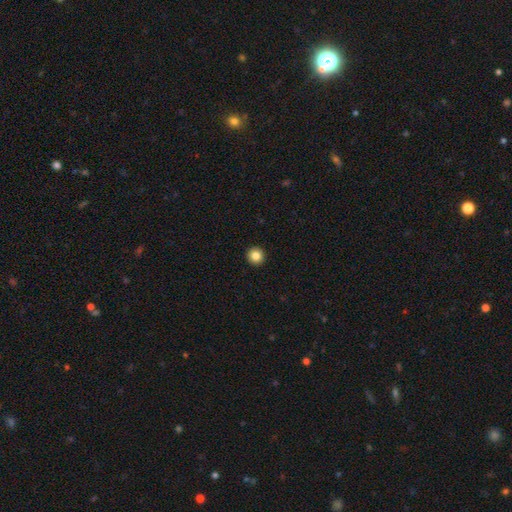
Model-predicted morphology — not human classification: Smooth or featured? smooth (84%)
How rounded? round (96%)
Merging? none (94%)